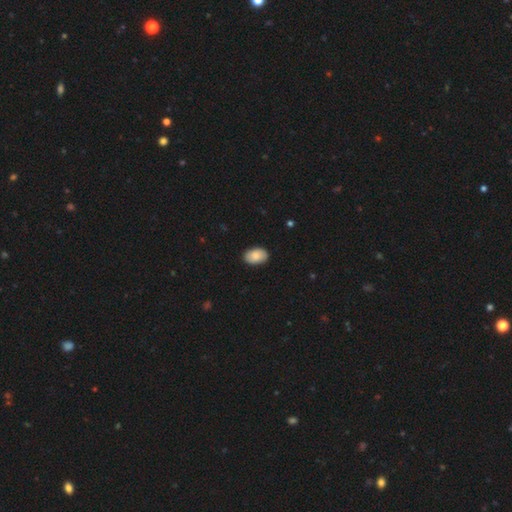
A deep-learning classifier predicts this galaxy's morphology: Smooth or featured?
  - smooth: 85% *
  - featured or disk: 9%
  - star or artifact: 6%
How rounded?
  - in between: 90% *
  - round: 9%
  - cigar-shaped: 1%
Merging?
  - none: 89% *
  - minor disturbance: 9%
  - major disturbance: 2%
  - merger: 1%